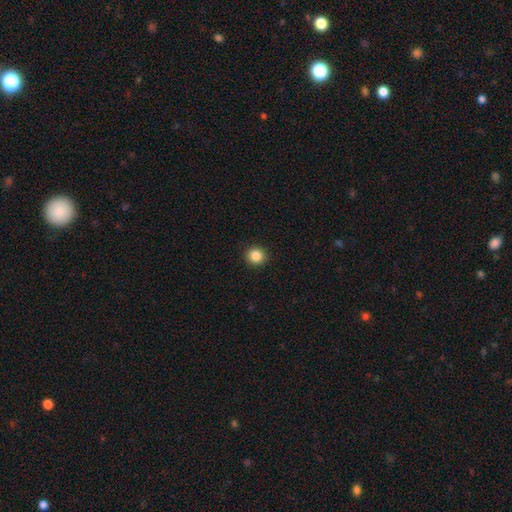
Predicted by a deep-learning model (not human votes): smooth-or-featured: smooth: 85% | star or artifact: 11% | featured or disk: 4%
  how-rounded: round: 92% | in between: 7% | cigar-shaped: 1%
  merging: none: 93% | minor disturbance: 5% | major disturbance: 2% | merger: 1%